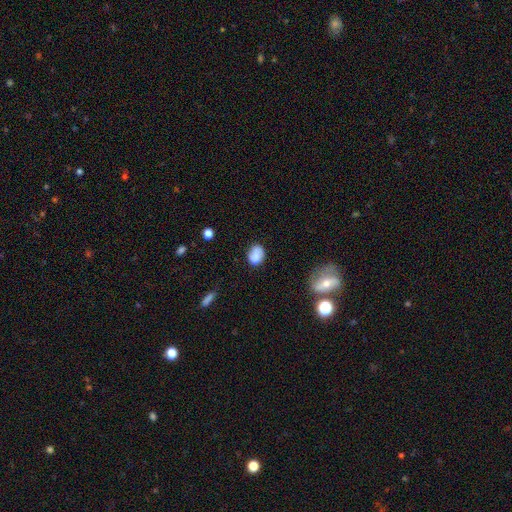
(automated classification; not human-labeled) Smooth or featured: smooth — 78% (featured or disk — 13%)
How rounded: in between — 67% (round — 31%)
Merging: none — 65% (minor disturbance — 24%)